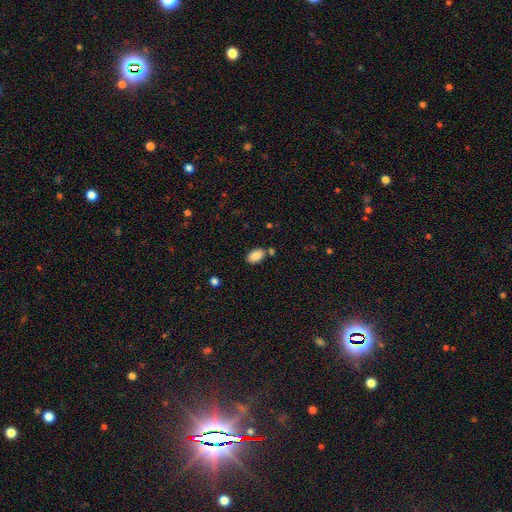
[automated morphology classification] smooth 88%, star or artifact 7%, featured or disk 5%. Down the decision tree: how rounded — in between (92%); merging — none (73%).